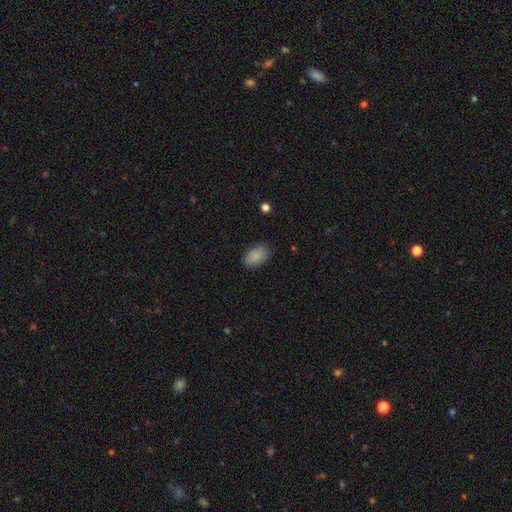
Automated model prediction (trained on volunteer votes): Q: Smooth or featured?
A: smooth (87%); runner-up: star or artifact (7%)
Q: How rounded?
A: in between (89%); runner-up: round (10%)
Q: Merging?
A: none (85%); runner-up: minor disturbance (12%)